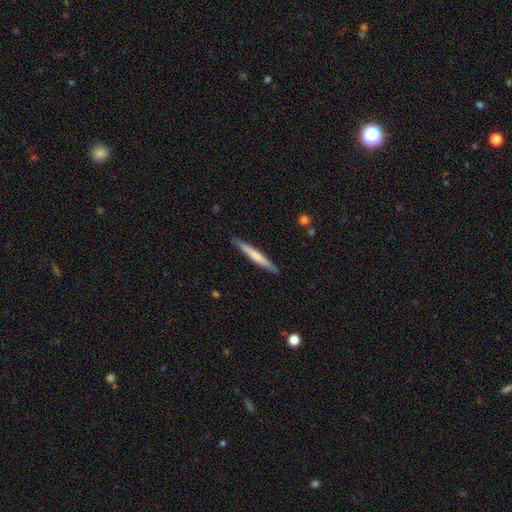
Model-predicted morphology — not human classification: type=smooth (58%); roundness=cigar-shaped (96%); merging=none (90%).